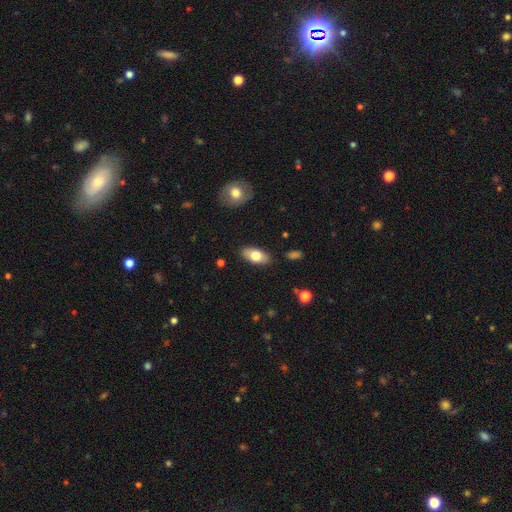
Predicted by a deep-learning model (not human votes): Smooth or featured?
  - smooth: 74% *
  - featured or disk: 20%
  - star or artifact: 6%
How rounded?
  - in between: 90% *
  - cigar-shaped: 7%
  - round: 3%
Merging?
  - none: 86% *
  - minor disturbance: 11%
  - major disturbance: 2%
  - merger: 1%